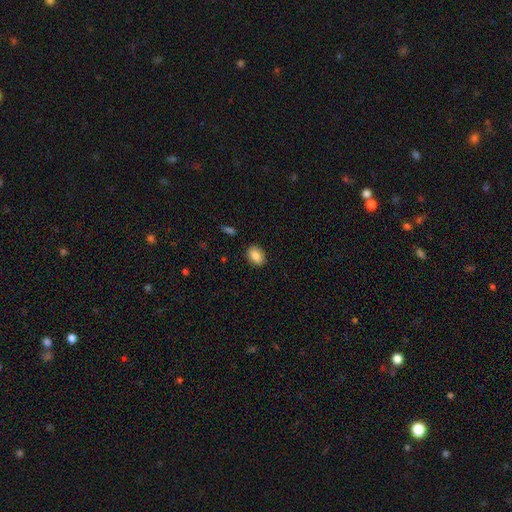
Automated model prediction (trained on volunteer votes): A smooth galaxy with no disk features (86%) that is in between round and cigar-shaped (80%). Merging: none (88%).